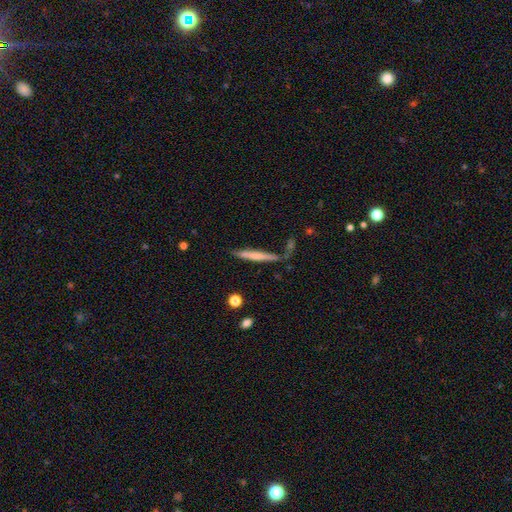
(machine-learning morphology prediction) Smooth or featured?
  - smooth: 58% *
  - featured or disk: 36%
  - star or artifact: 6%
How rounded?
  - cigar-shaped: 94% *
  - in between: 4%
  - round: 1%
Merging?
  - none: 65% *
  - minor disturbance: 19%
  - merger: 10%
  - major disturbance: 6%